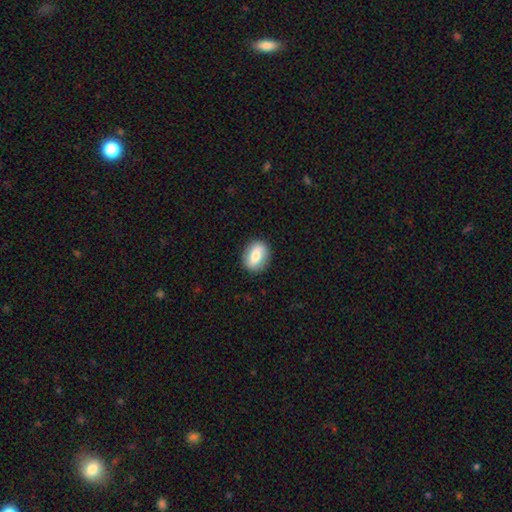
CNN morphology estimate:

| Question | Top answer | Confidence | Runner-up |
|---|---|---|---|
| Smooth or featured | smooth | 71% | featured or disk (22%) |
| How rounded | in between | 61% | round (37%) |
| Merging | none | 87% | minor disturbance (9%) |